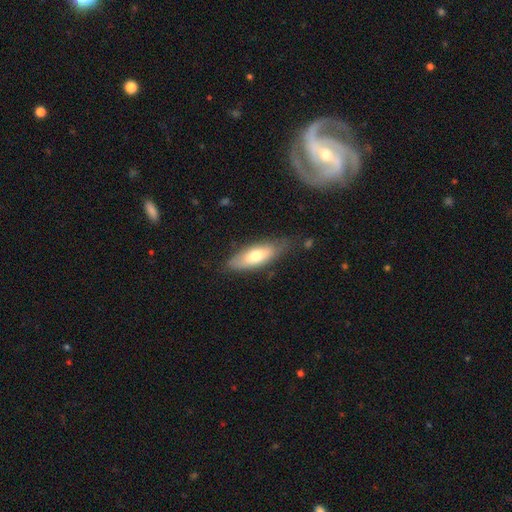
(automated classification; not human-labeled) Overall: smooth (67%; featured or disk 27%). How rounded: in between (63%; cigar-shaped 35%). Merging: none (73%).